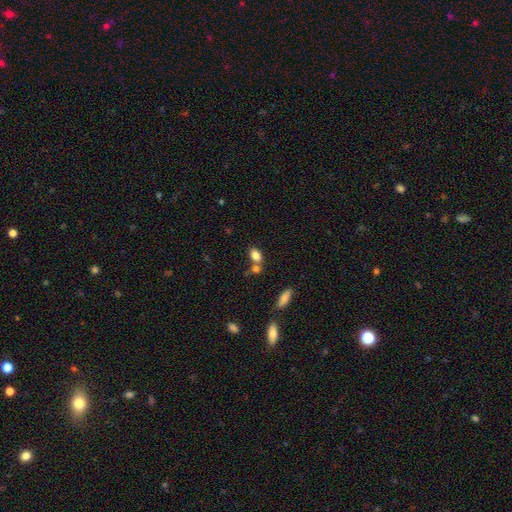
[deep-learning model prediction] A smooth galaxy with no disk features (82%) that is in between round and cigar-shaped (84%).

Vote fractions:
- Smooth or featured? smooth: 82% / star or artifact: 10% / featured or disk: 8%
- How rounded? in between: 84% / round: 14% / cigar-shaped: 2%
- Merging? none: 51% / merger: 33% / minor disturbance: 12% / major disturbance: 4%